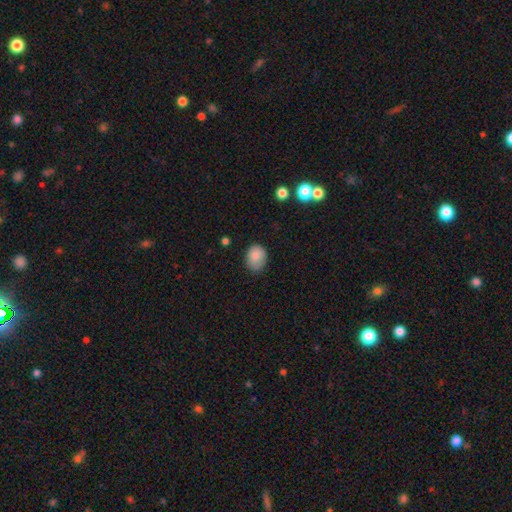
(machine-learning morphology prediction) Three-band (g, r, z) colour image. It shows a smooth galaxy with no disk features (85%) that is in between round and cigar-shaped (56%). Merging: none (69%).